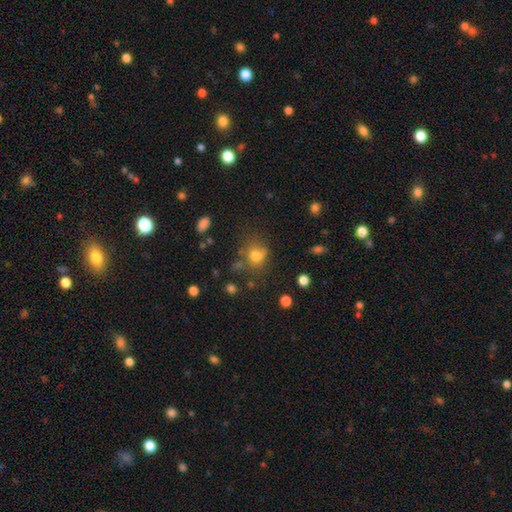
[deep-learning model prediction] This is likely a smooth galaxy (72%). How rounded: likely round (68%). Merging: possibly none (56%).